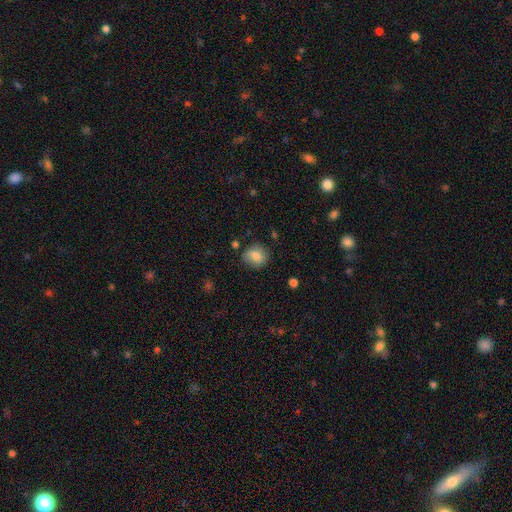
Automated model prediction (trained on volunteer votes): Overall: smooth (79%). How rounded: round (74%). Merging: none (77%).